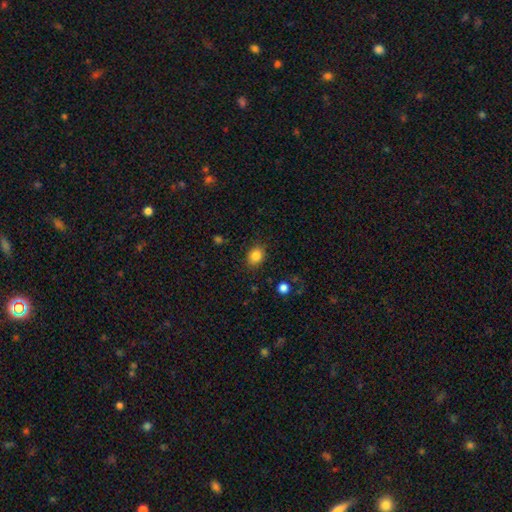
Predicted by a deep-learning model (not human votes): A smooth galaxy with no disk features (85%) that is round (50%).

Vote fractions:
- Smooth or featured? smooth: 85% / star or artifact: 10% / featured or disk: 5%
- How rounded? round: 50% / in between: 49% / cigar-shaped: 1%
- Merging? none: 85% / minor disturbance: 11% / major disturbance: 3% / merger: 1%